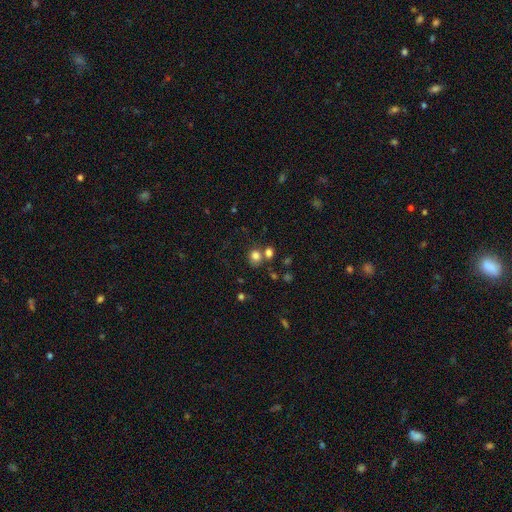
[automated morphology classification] Overall: smooth (79%). How rounded: round (76%). Merging: none (59%; merger 25%).